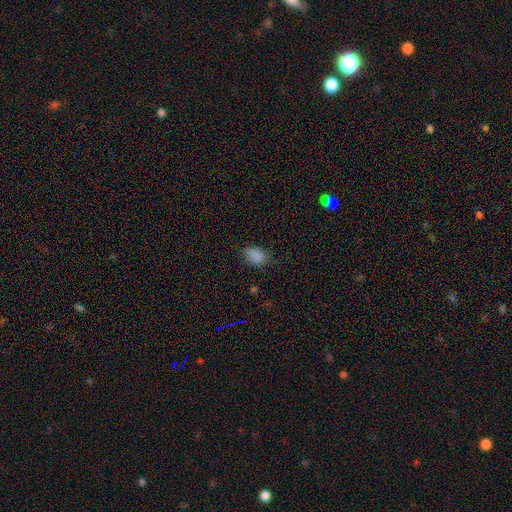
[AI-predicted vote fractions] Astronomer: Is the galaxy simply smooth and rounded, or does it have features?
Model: smooth — 83%.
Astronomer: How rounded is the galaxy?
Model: in between — 82%.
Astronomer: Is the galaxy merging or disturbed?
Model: none — 66%.